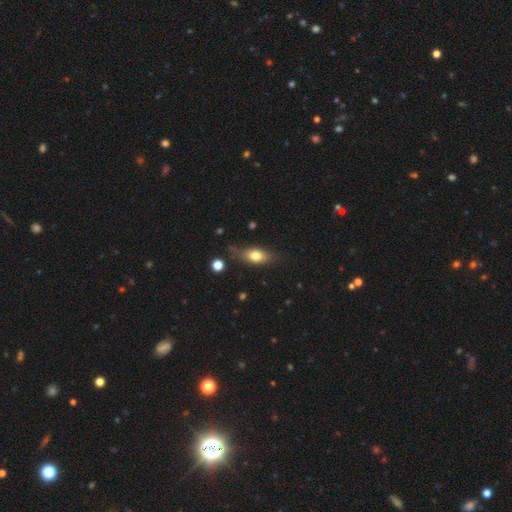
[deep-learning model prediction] Q: Smooth or featured?
A: smooth (73%); runner-up: featured or disk (19%)
Q: How rounded?
A: in between (79%); runner-up: cigar-shaped (11%)
Q: Merging?
A: none (66%); runner-up: minor disturbance (24%)